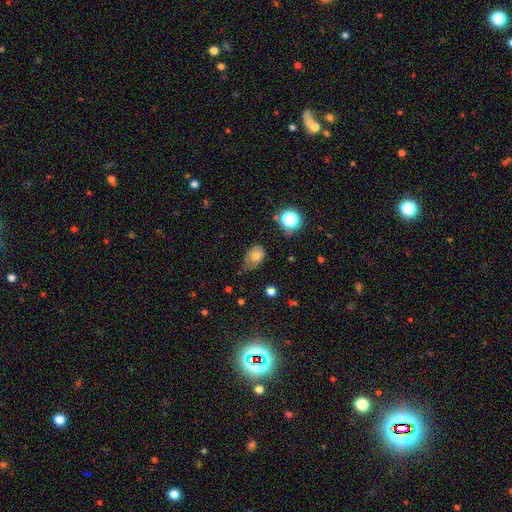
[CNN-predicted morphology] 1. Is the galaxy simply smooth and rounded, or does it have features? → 72% smooth, 16% featured or disk, 12% star or artifact.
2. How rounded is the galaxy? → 73% in between, 26% round, 1% cigar-shaped.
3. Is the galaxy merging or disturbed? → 44% minor disturbance, 36% none, 17% major disturbance, 3% merger.